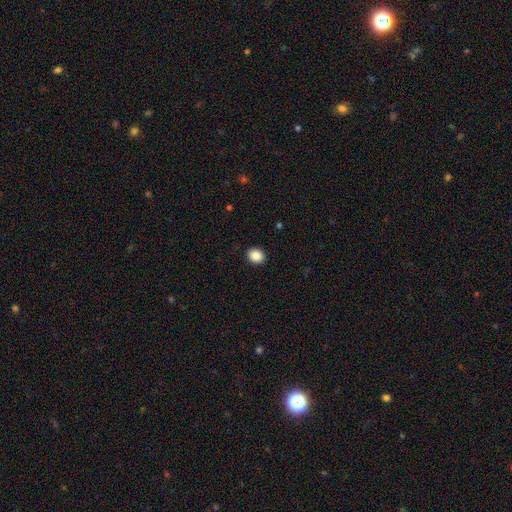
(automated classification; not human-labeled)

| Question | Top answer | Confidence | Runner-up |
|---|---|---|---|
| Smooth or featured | smooth | 88% | star or artifact (9%) |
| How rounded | round | 69% | in between (30%) |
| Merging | none | 91% | minor disturbance (6%) |